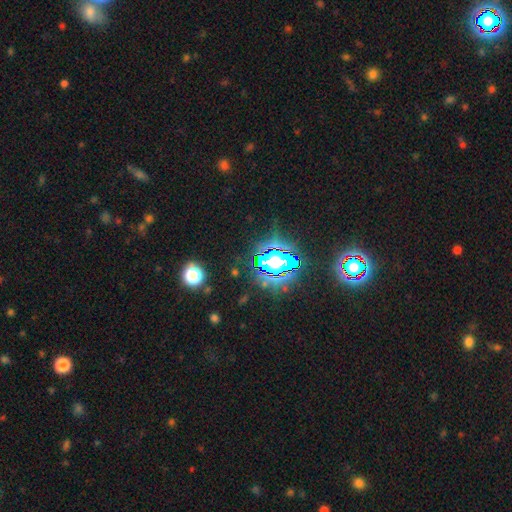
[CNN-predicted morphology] Smooth or featured? star or artifact (80%)